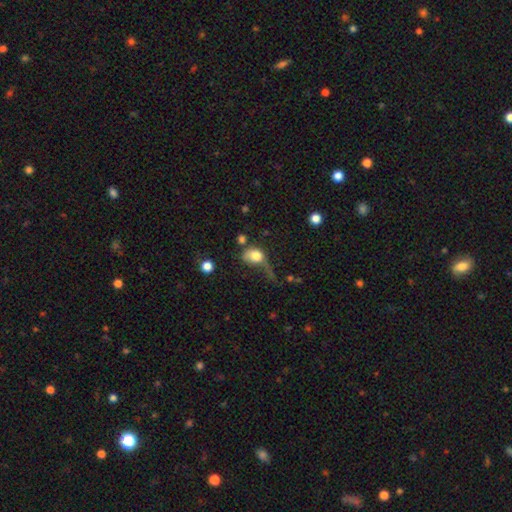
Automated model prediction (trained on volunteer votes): A smooth galaxy with no disk features (73%) that is in between round and cigar-shaped (52%).

Vote fractions:
- Smooth or featured? smooth: 73% / featured or disk: 17% / star or artifact: 10%
- How rounded? in between: 52% / round: 45% / cigar-shaped: 2%
- Merging? major disturbance: 45% / none: 23% / minor disturbance: 20% / merger: 12%